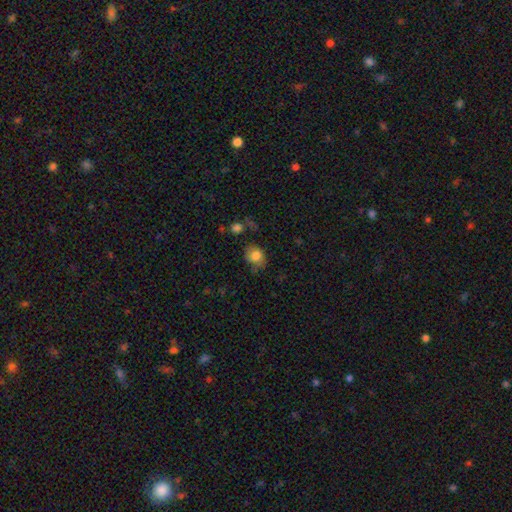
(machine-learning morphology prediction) Smooth or featured: smooth — 80% (featured or disk — 11%)
How rounded: round — 50% (in between — 49%)
Merging: none — 65% (minor disturbance — 23%)